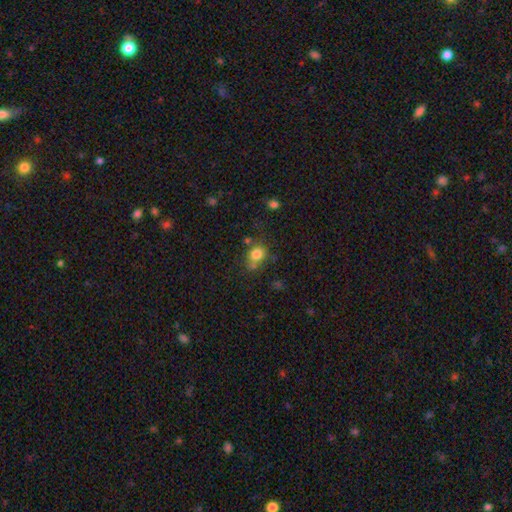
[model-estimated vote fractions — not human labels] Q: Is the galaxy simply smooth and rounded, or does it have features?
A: smooth — 77%.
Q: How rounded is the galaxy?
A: round — 61%.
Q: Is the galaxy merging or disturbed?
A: none — 56%.